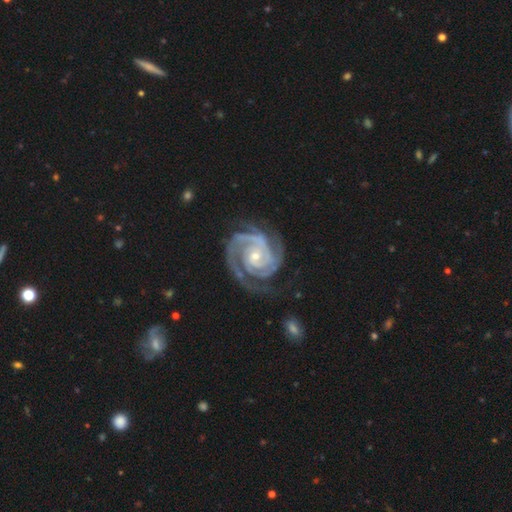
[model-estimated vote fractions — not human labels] Morphology: type=featured or disk (94%); edge-on=no (98%); bar=no (65%); spiral arms=yes (99%); winding=tight (76%); arm count=2 (49%); bulge=small (60%); merging=none (70%).